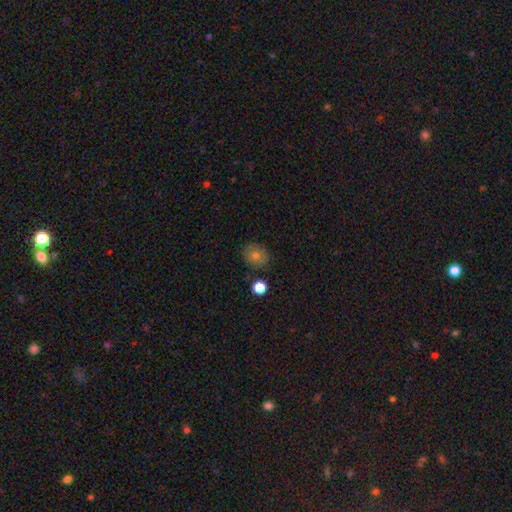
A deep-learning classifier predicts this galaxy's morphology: A smooth galaxy with no disk features (72%) that is round (79%).

Vote fractions:
- Smooth or featured? smooth: 72% / featured or disk: 14% / star or artifact: 14%
- How rounded? round: 79% / in between: 20% / cigar-shaped: 1%
- Merging? none: 84% / minor disturbance: 10% / merger: 3% / major disturbance: 3%